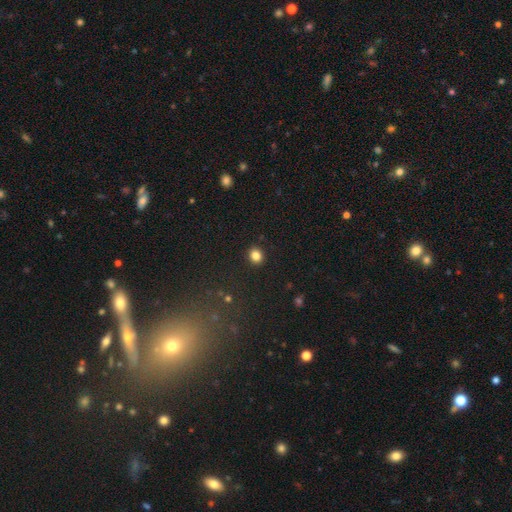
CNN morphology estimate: A smooth galaxy with no disk features (84%) that is round (74%). Merging: none (91%).